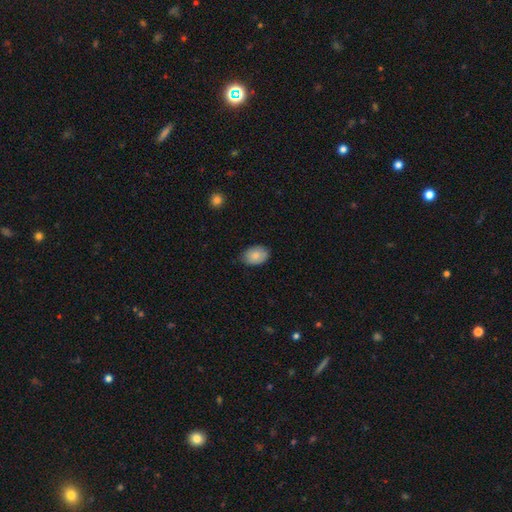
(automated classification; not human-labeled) Smooth or featured? smooth (83%)
How rounded? in between (82%)
Merging? none (72%)